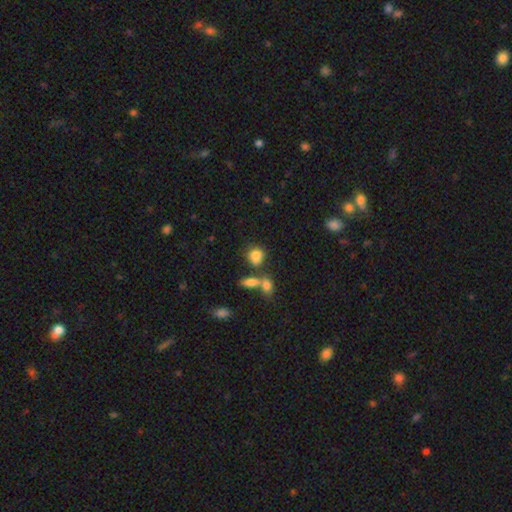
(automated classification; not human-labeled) Smooth or featured? Predicted: smooth (p=0.80). How rounded? Predicted: round (p=0.58). Merging? Predicted: none (p=0.52).